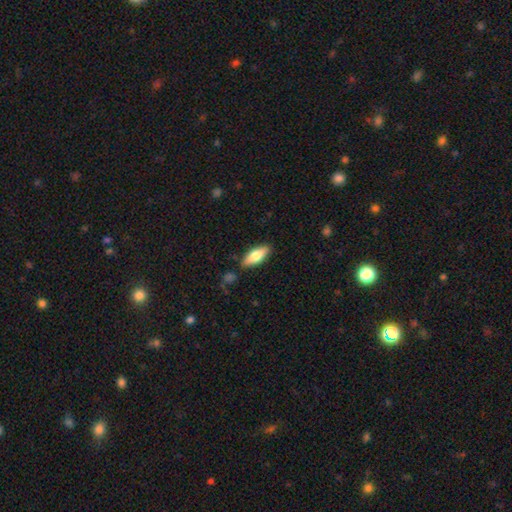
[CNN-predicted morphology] Smooth or featured?
  - smooth: 72% *
  - featured or disk: 22%
  - star or artifact: 6%
How rounded?
  - in between: 70% *
  - cigar-shaped: 28%
  - round: 2%
Merging?
  - none: 84% *
  - minor disturbance: 11%
  - merger: 3%
  - major disturbance: 2%